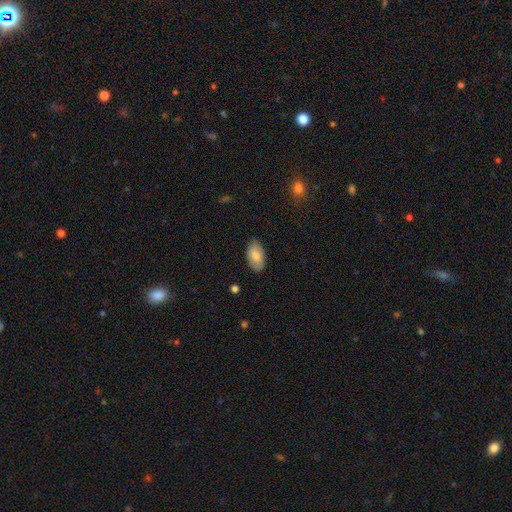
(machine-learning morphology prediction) Smooth or featured: smooth — 75% (featured or disk — 19%)
How rounded: in between — 94% (round — 4%)
Merging: none — 79% (minor disturbance — 18%)